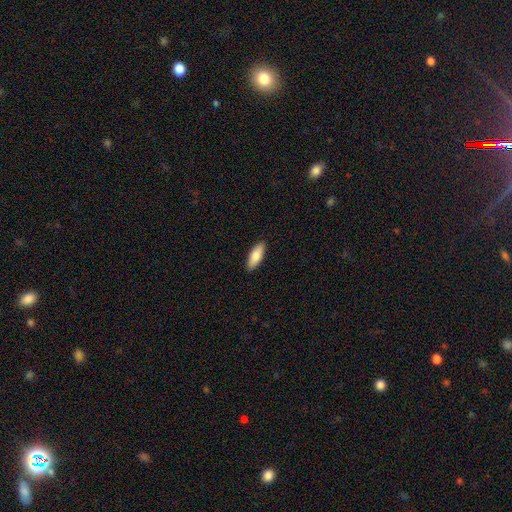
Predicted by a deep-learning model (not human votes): The model was most divided on "how rounded": in between: 67%, cigar-shaped: 31%, round: 2%. More confident: merging — none (91%); smooth or featured — smooth (81%).